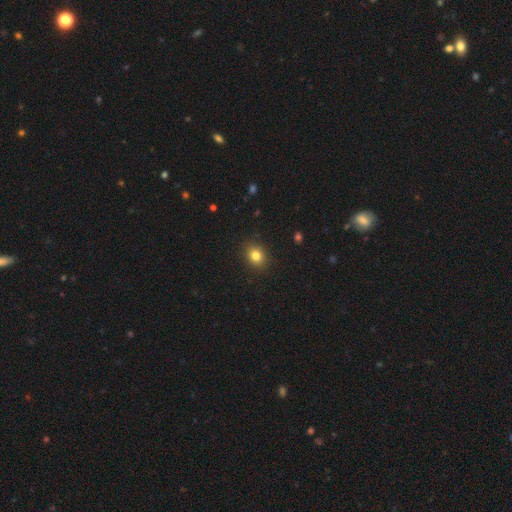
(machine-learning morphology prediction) smooth-or-featured: smooth: 82% | star or artifact: 12% | featured or disk: 6%
  how-rounded: round: 63% | in between: 36% | cigar-shaped: 1%
  merging: none: 90% | minor disturbance: 7% | major disturbance: 2% | merger: 1%